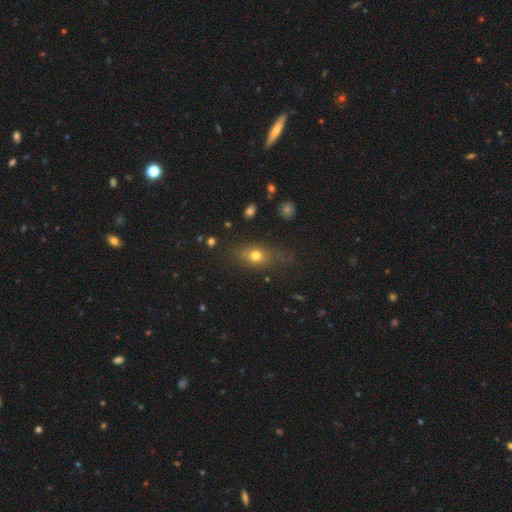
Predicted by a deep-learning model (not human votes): Smooth or featured?
  - smooth: 71% *
  - star or artifact: 16%
  - featured or disk: 14%
How rounded?
  - in between: 58% *
  - round: 35%
  - cigar-shaped: 7%
Merging?
  - none: 67% *
  - minor disturbance: 19%
  - major disturbance: 11%
  - merger: 3%